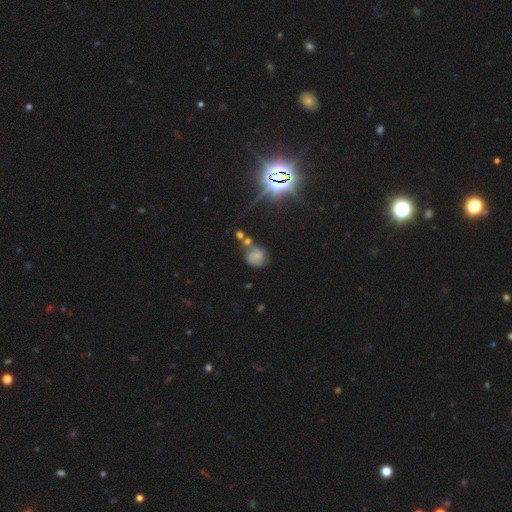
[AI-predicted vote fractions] Smooth or featured? featured or disk (42%)
Merging? none (48%)